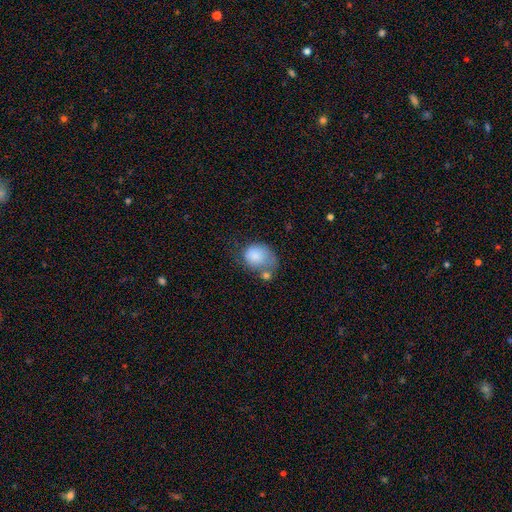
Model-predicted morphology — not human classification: smooth-or-featured: smooth: 79% | featured or disk: 13% | star or artifact: 8%
  how-rounded: in between: 53% | round: 46% | cigar-shaped: 1%
  merging: none: 28% | minor disturbance: 27% | major disturbance: 24% | merger: 21%